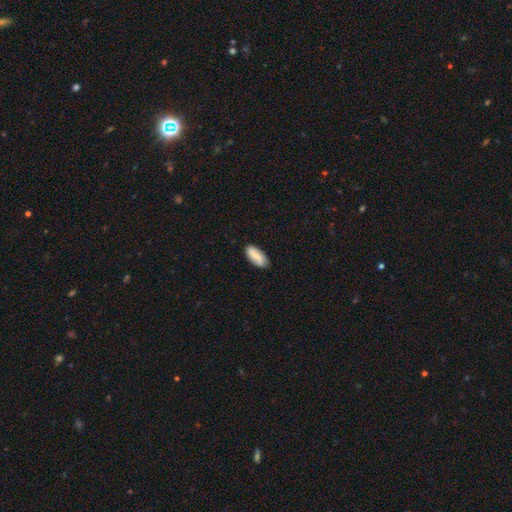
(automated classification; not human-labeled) A smooth galaxy with no disk features (76%) that is in between round and cigar-shaped (86%). Merging: none (82%).